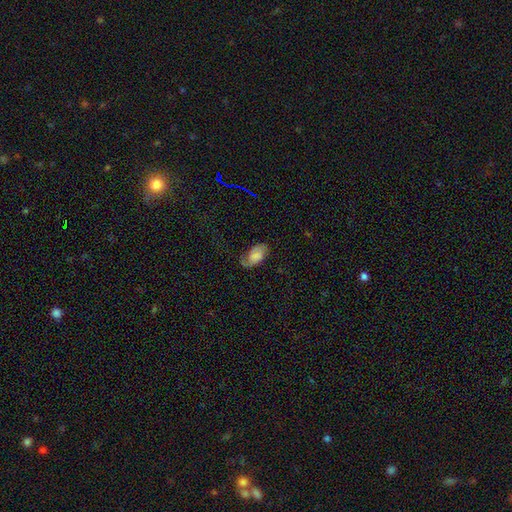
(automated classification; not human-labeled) Smooth or featured: smooth — 52% (featured or disk — 39%)
How rounded: in between — 93% (round — 5%)
Merging: none — 53% (minor disturbance — 29%)